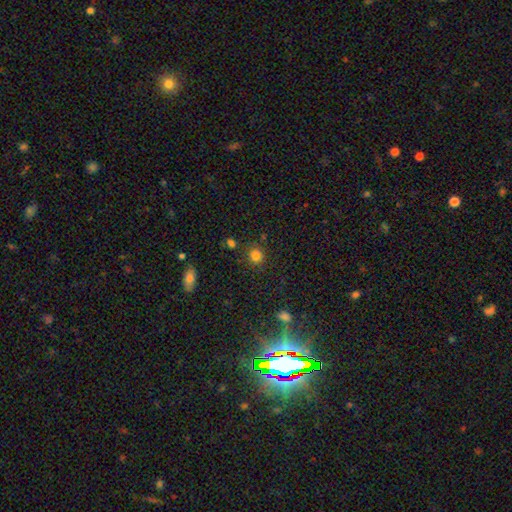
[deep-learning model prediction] Smooth or featured? Predicted: smooth (p=0.82). How rounded? Predicted: round (p=0.88). Merging? Predicted: none (p=0.83).